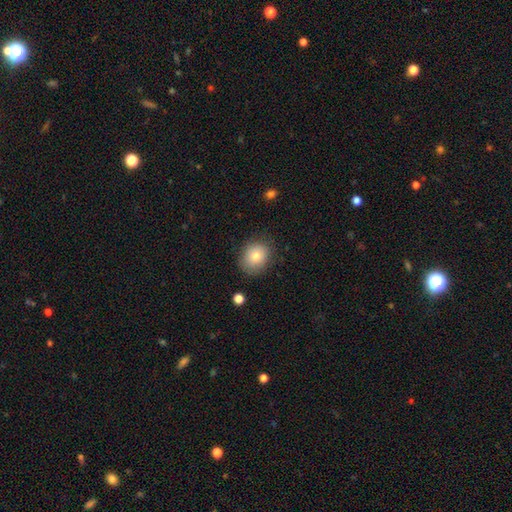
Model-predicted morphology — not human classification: A smooth galaxy with no disk features (79%) that is round (63%).

Vote fractions:
- Smooth or featured? smooth: 79% / featured or disk: 12% / star or artifact: 10%
- How rounded? round: 63% / in between: 36% / cigar-shaped: 1%
- Merging? none: 82% / minor disturbance: 13% / major disturbance: 3% / merger: 1%